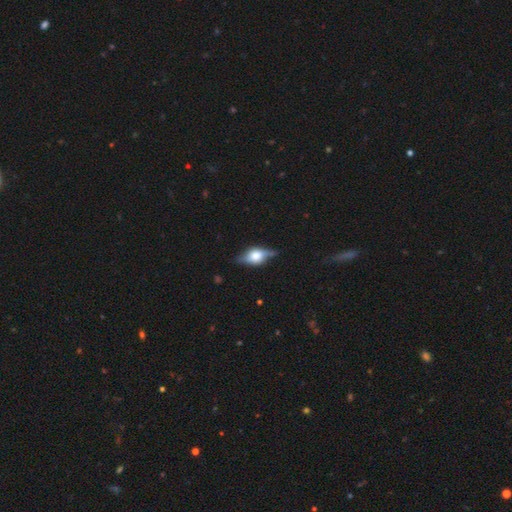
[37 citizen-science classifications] Volunteers were most divided on "smooth or featured": featured or disk: 57%, smooth: 35%, star or artifact: 8%. More confident: edge-on disk — yes (95%); edge-on bulge — rounded (85%); merging — none (76%).